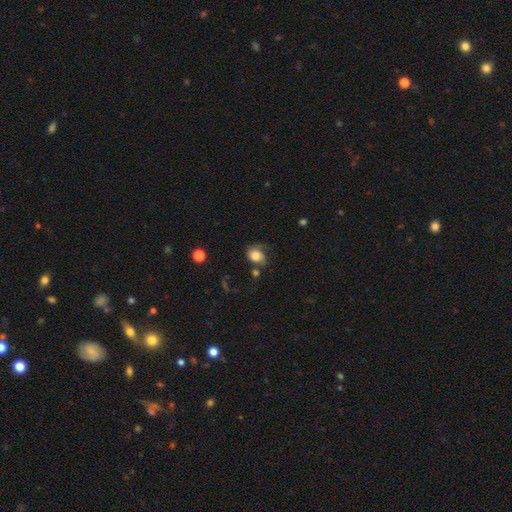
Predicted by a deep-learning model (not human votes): smooth-or-featured: smooth: 63% | featured or disk: 27% | star or artifact: 10%
  how-rounded: round: 53% | in between: 46% | cigar-shaped: 1%
  merging: none: 38% | major disturbance: 29% | minor disturbance: 27% | merger: 7%